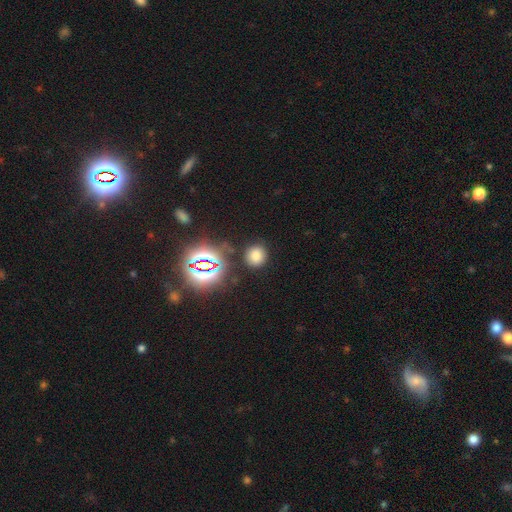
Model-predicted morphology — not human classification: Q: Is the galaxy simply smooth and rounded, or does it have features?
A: smooth — 70%.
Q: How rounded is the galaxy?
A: round — 78%.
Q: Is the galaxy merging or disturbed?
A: none — 84%.